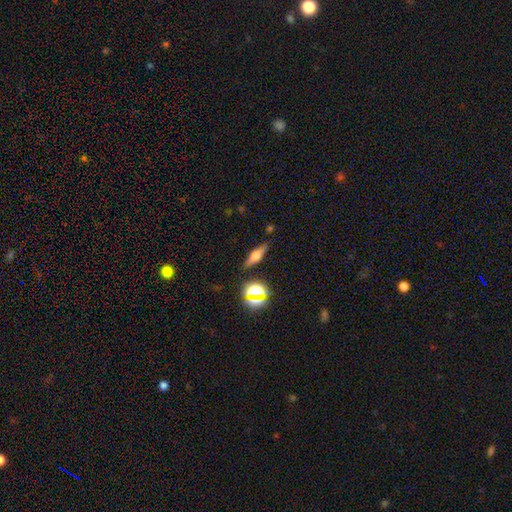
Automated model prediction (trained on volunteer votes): smooth_or_featured: smooth (p=0.49) [alt: featured or disk p=0.36]
merging: none (p=0.84) [alt: minor disturbance p=0.10]